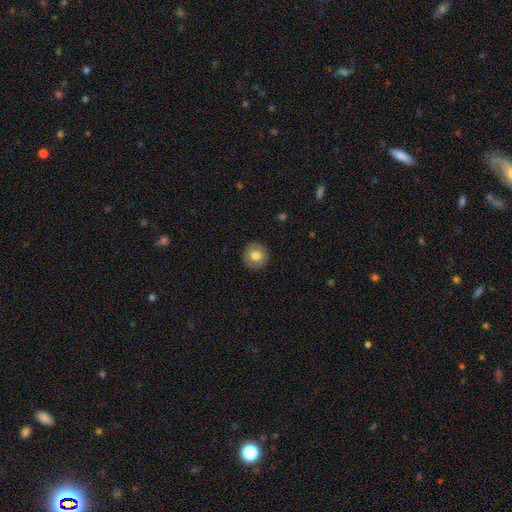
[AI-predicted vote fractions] Overall: smooth (75%). How rounded: round (93%). Merging: none (90%).